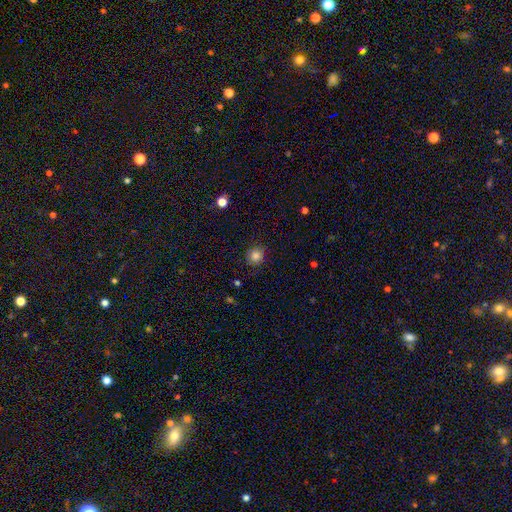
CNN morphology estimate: The model was most divided on "smooth or featured": smooth: 84%, star or artifact: 11%, featured or disk: 5%. More confident: how rounded — round (90%); merging — none (85%).